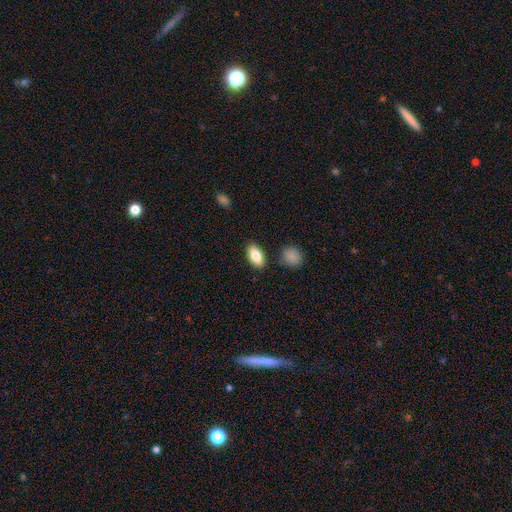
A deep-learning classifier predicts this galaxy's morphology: Smooth or featured: smooth — 84% (featured or disk — 9%)
How rounded: in between — 90% (cigar-shaped — 6%)
Merging: none — 85% (minor disturbance — 9%)